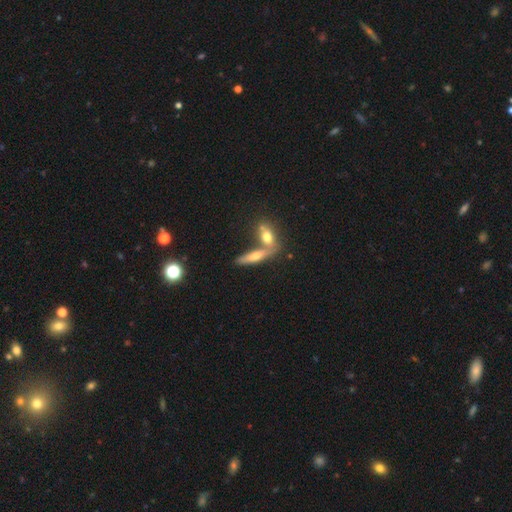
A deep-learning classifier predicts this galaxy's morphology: Smooth or featured: featured or disk — 48% (smooth — 40%)
Merging: merger — 52% (none — 36%)